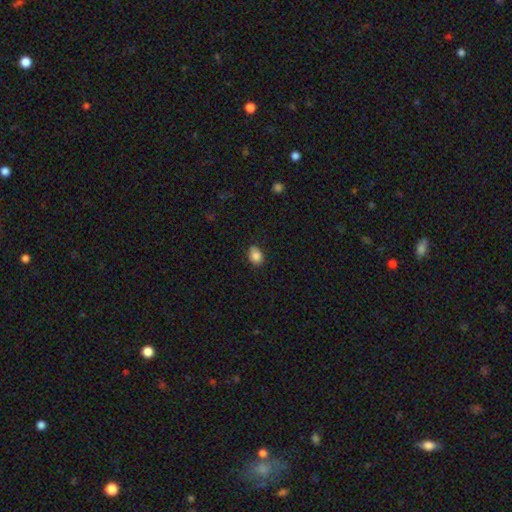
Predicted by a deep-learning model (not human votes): smooth-or-featured: smooth: 86% | star or artifact: 9% | featured or disk: 5%
  how-rounded: in between: 63% | round: 36% | cigar-shaped: 1%
  merging: none: 74% | minor disturbance: 21% | major disturbance: 3% | merger: 2%